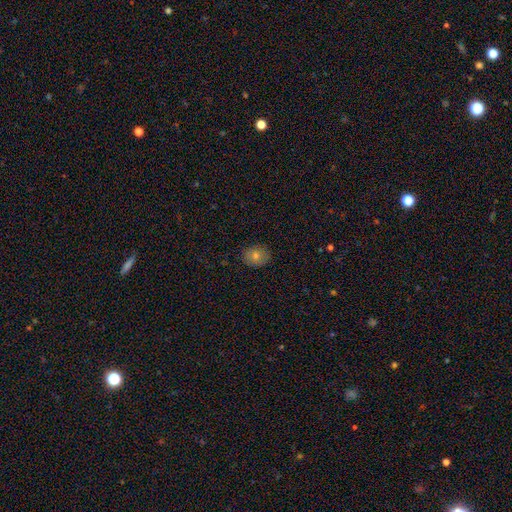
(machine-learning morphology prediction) Overall: smooth (72%). How rounded: round (61%; in between 38%). Merging: none (87%).